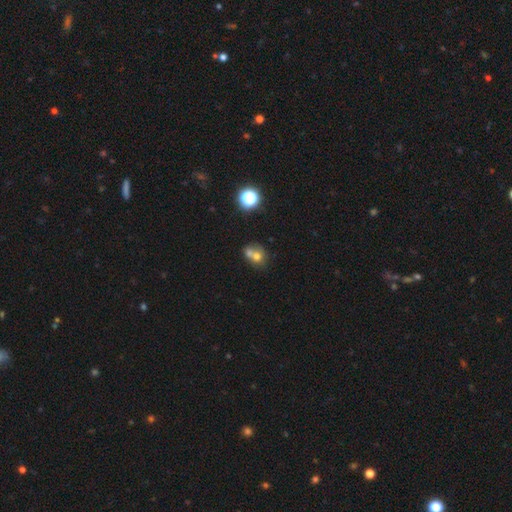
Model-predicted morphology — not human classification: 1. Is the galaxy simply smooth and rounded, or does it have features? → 65% smooth, 20% featured or disk, 15% star or artifact.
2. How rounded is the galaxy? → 65% round, 34% in between, 1% cigar-shaped.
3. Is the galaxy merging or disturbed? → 58% merger, 29% none, 8% minor disturbance, 4% major disturbance.